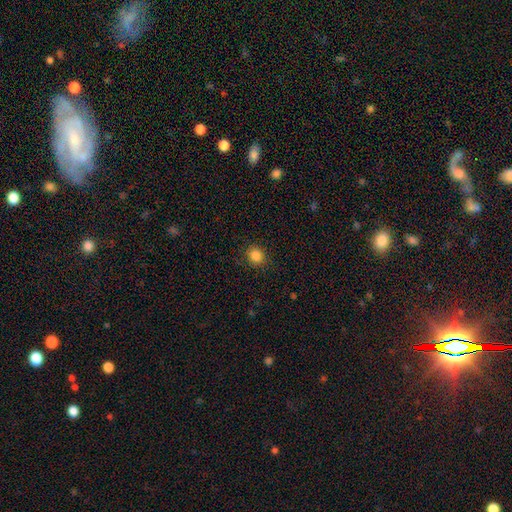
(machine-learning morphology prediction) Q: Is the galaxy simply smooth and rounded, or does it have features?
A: smooth — 85%.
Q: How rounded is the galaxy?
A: round — 82%.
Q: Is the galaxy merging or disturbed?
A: none — 88%.